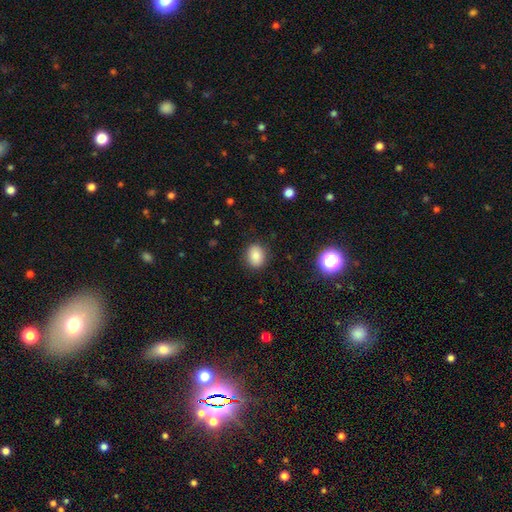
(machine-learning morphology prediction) type=smooth (84%); roundness=round (52%); merging=none (87%).